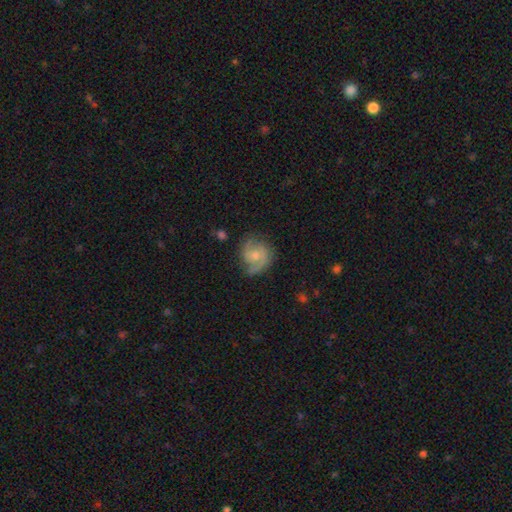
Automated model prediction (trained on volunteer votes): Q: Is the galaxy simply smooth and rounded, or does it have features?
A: featured or disk — 70%.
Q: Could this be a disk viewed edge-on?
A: no — 98%.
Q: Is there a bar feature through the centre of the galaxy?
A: no — 62%.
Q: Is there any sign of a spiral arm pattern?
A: yes — 92%.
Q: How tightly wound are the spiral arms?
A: medium — 48%.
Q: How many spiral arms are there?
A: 2 — 74%.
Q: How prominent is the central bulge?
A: small — 46%.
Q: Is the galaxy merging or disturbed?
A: none — 66%.